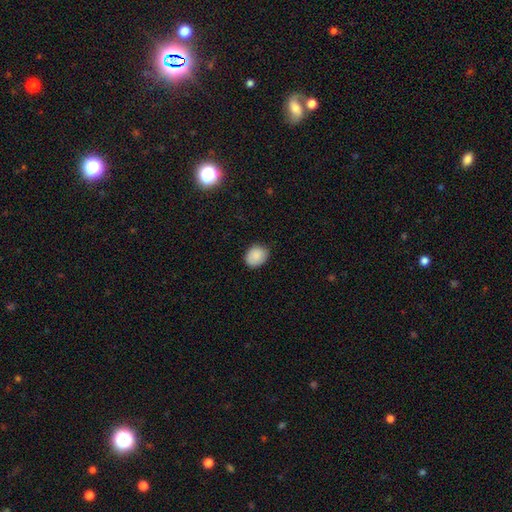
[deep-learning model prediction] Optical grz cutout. It shows a smooth galaxy with no disk features (88%) that is round (56%). Merging: none (83%).